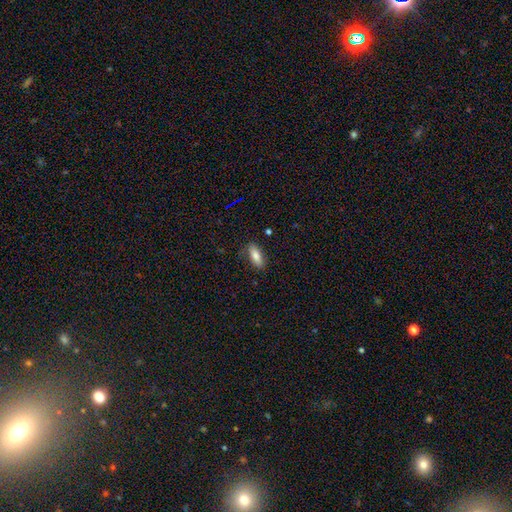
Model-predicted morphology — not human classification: This appears to be a smooth galaxy with no disk features (79%) that is in between round and cigar-shaped (72%). Merging: none (82%).